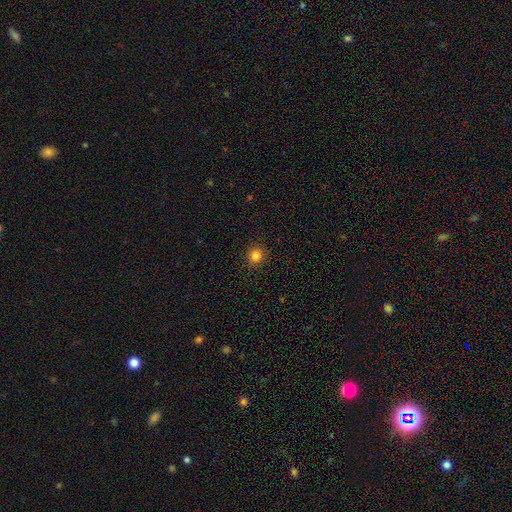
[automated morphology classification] smooth-or-featured: smooth: 84% | star or artifact: 12% | featured or disk: 4%
  how-rounded: round: 93% | in between: 6% | cigar-shaped: 1%
  merging: none: 92% | minor disturbance: 6% | major disturbance: 2% | merger: 1%